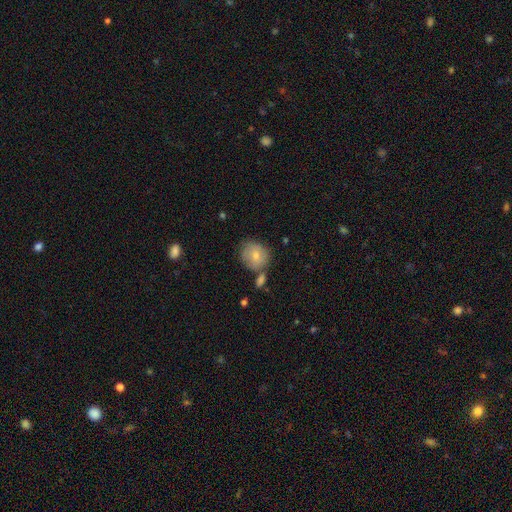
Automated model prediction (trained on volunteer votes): Smooth or featured: smooth — 71% (featured or disk — 22%)
How rounded: round — 83% (in between — 16%)
Merging: none — 58% (minor disturbance — 20%)